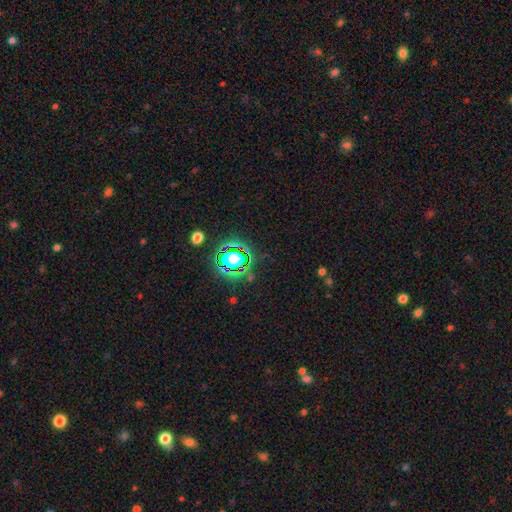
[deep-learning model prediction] Smooth or featured? star or artifact (80%)